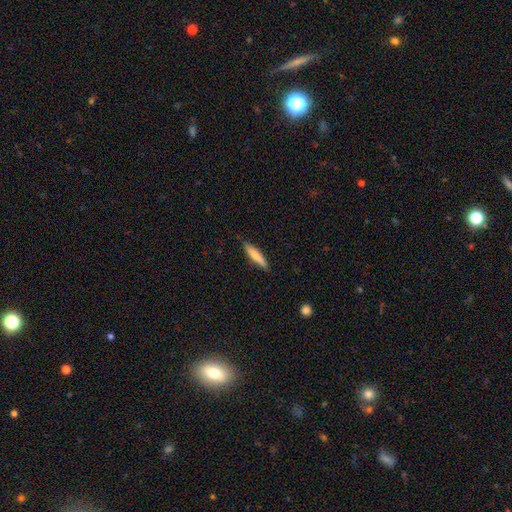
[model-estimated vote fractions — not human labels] Smooth or featured?
  - smooth: 69% *
  - featured or disk: 25%
  - star or artifact: 6%
How rounded?
  - cigar-shaped: 85% *
  - in between: 13%
  - round: 1%
Merging?
  - none: 85% *
  - minor disturbance: 12%
  - major disturbance: 2%
  - merger: 1%